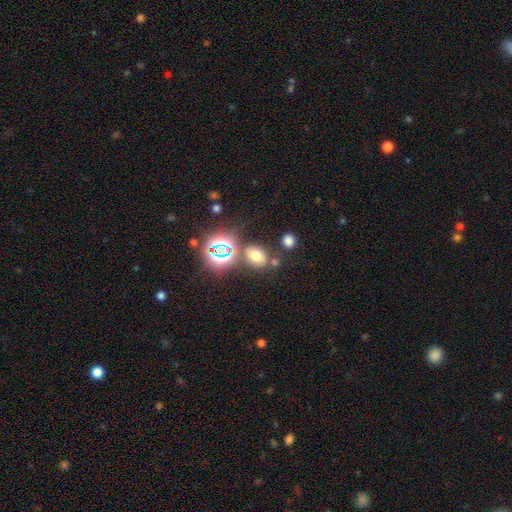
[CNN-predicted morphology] Smooth or featured? smooth (61%)
How rounded? in between (61%)
Merging? none (69%)